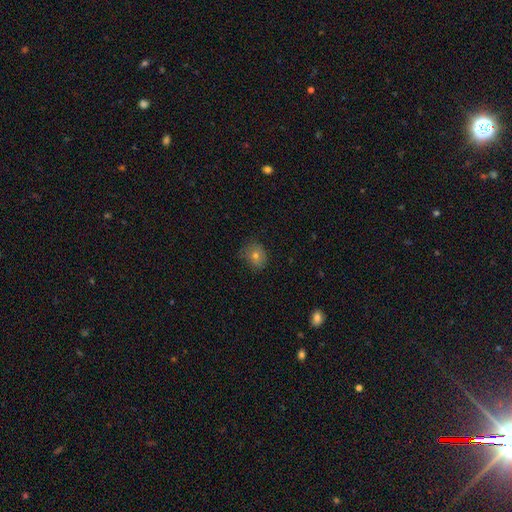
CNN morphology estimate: The model was most divided on "how rounded": round: 69%, in between: 30%, cigar-shaped: 1%. More confident: merging — none (70%); smooth or featured — smooth (63%).